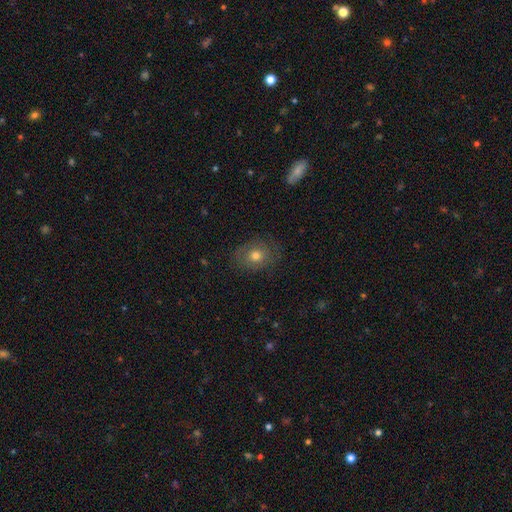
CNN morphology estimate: This is likely a smooth galaxy (64%). How rounded: likely round (60%). Merging: likely none (78%).